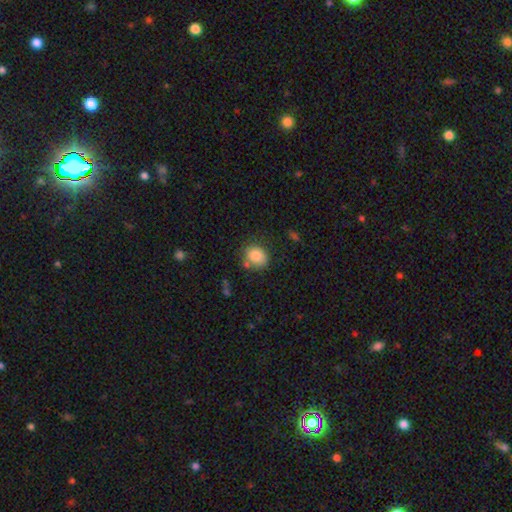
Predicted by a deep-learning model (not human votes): This appears to be a smooth galaxy with no disk features (83%) that is round (66%). Merging: none (69%).